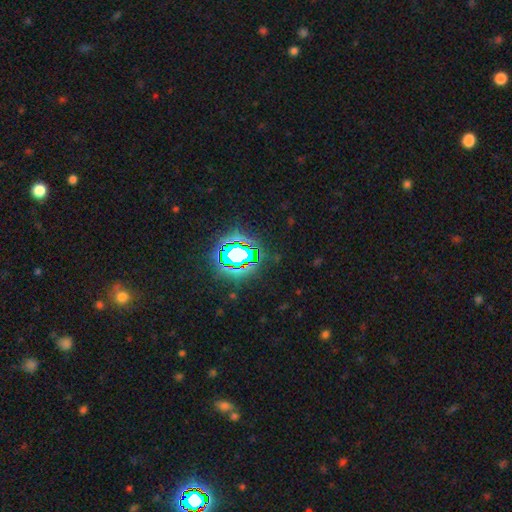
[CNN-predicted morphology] Smooth or featured?
  - star or artifact: 77% *
  - smooth: 14%
  - featured or disk: 9%